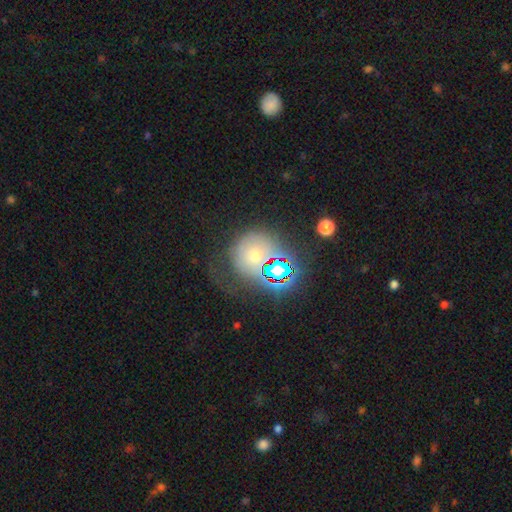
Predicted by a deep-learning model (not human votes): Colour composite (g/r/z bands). It shows a smooth galaxy with no disk features (42%). Merging: none (45%).